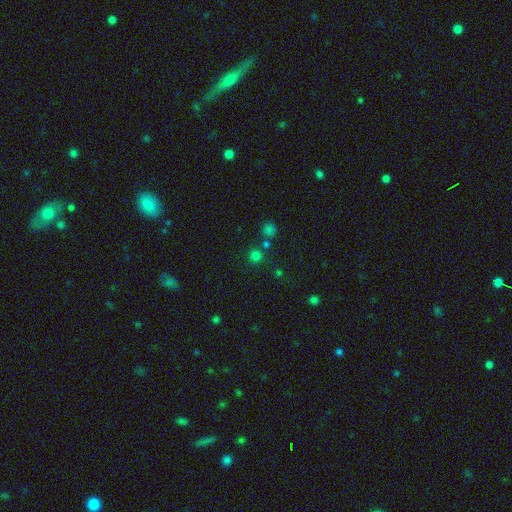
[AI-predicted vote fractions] smooth-or-featured: smooth: 72% | star or artifact: 23% | featured or disk: 5%
  how-rounded: round: 93% | in between: 6% | cigar-shaped: 1%
  merging: none: 75% | merger: 14% | minor disturbance: 8% | major disturbance: 3%